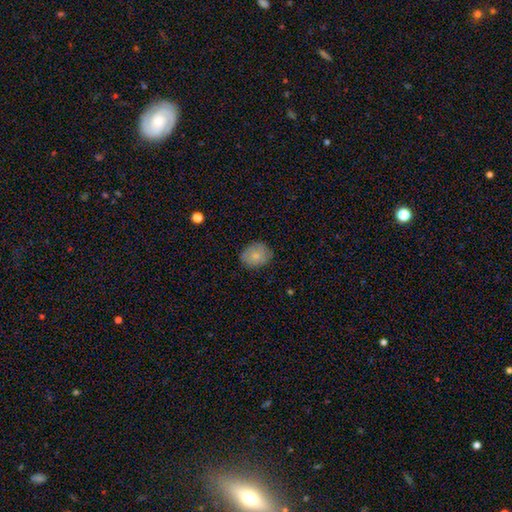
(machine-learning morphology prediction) Overall: smooth (79%). How rounded: in between (50%; round 49%). Merging: none (79%).